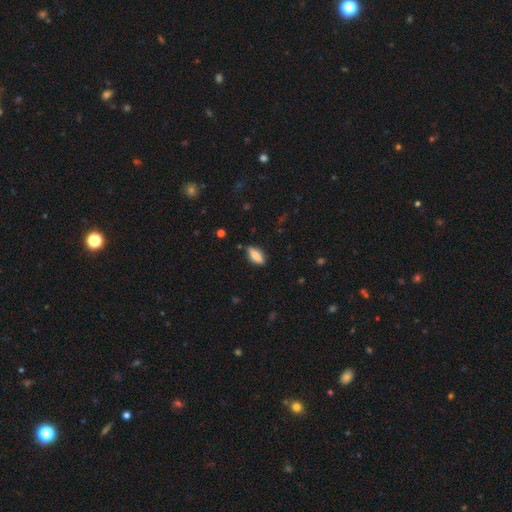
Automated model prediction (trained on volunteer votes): Smooth or featured?
  - smooth: 76% *
  - featured or disk: 16%
  - star or artifact: 7%
How rounded?
  - in between: 70% *
  - cigar-shaped: 27%
  - round: 3%
Merging?
  - none: 79% *
  - minor disturbance: 16%
  - major disturbance: 3%
  - merger: 2%